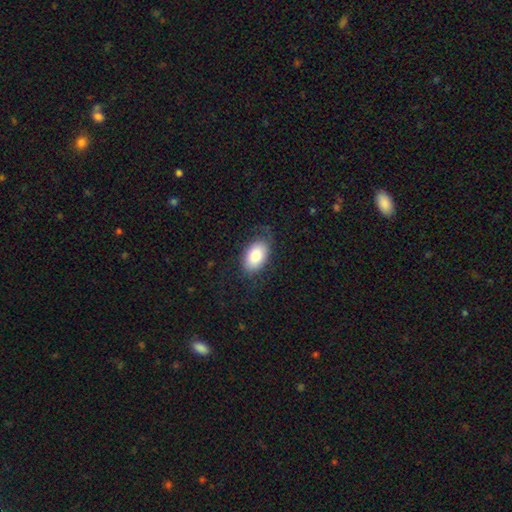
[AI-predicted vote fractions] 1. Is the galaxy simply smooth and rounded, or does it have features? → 81% smooth, 13% featured or disk, 7% star or artifact.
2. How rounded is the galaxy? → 92% in between, 6% round, 1% cigar-shaped.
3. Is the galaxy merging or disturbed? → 73% none, 18% minor disturbance, 8% major disturbance, 1% merger.